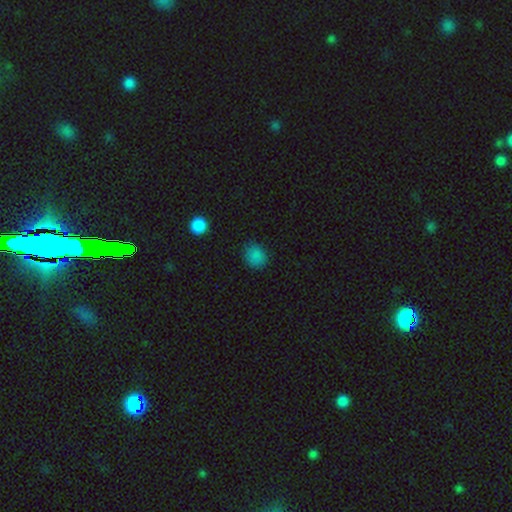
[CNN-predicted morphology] Smooth or featured: smooth — 83% (star or artifact — 13%)
How rounded: round — 77% (in between — 22%)
Merging: none — 82% (minor disturbance — 13%)